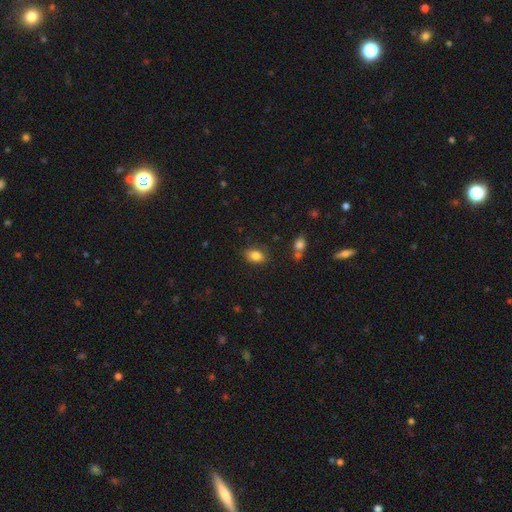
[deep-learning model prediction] Smooth or featured: smooth — 83% (star or artifact — 10%)
How rounded: in between — 76% (round — 23%)
Merging: none — 82% (minor disturbance — 12%)